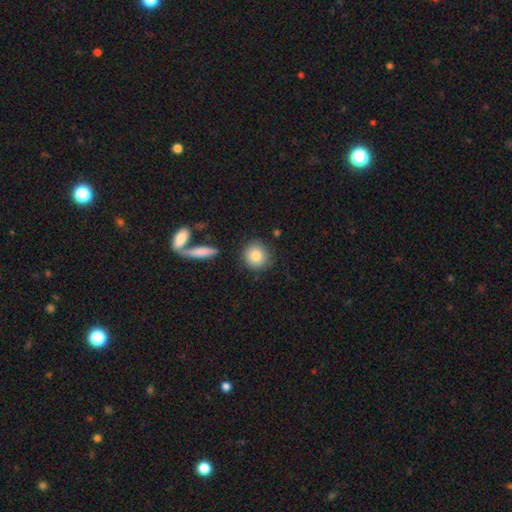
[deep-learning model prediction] Smooth or featured? Predicted: smooth (p=0.83). How rounded? Predicted: round (p=0.88). Merging? Predicted: none (p=0.84).